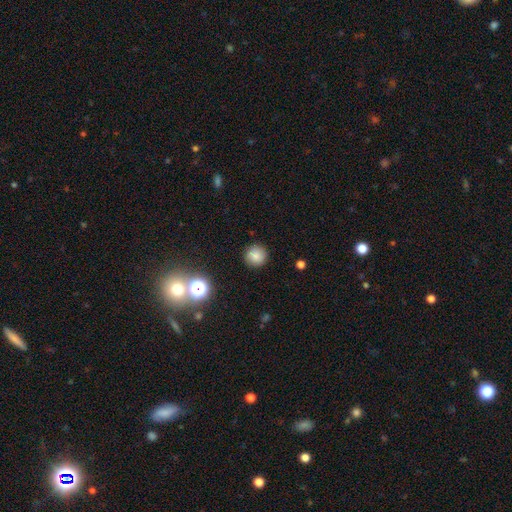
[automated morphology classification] A smooth galaxy with no disk features (80%) that is round (94%).

Vote fractions:
- Smooth or featured? smooth: 80% / star or artifact: 13% / featured or disk: 6%
- How rounded? round: 94% / in between: 5% / cigar-shaped: 1%
- Merging? none: 90% / minor disturbance: 7% / major disturbance: 2% / merger: 1%